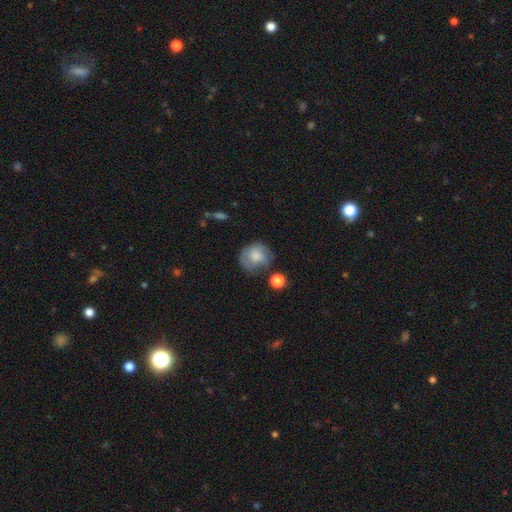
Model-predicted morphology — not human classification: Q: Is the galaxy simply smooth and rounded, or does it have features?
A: smooth — 66%.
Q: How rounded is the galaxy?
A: round — 78%.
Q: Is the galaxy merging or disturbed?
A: none — 55%.